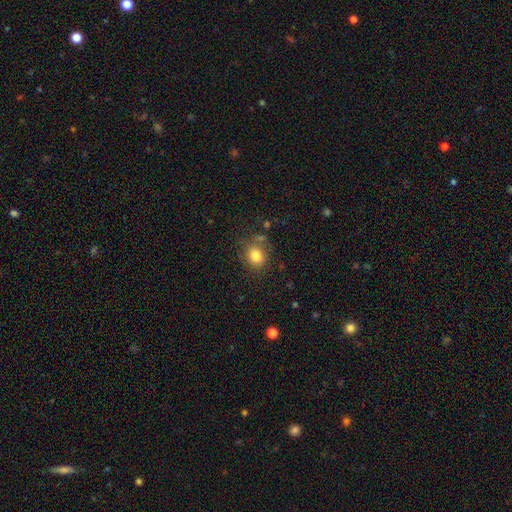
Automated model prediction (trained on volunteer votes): A smooth galaxy with no disk features (81%) that is round (65%). Merging: none (73%).